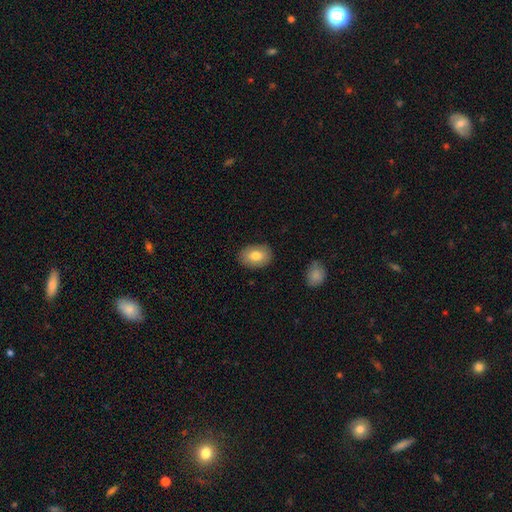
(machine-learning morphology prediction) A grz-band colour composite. It shows a smooth galaxy with no disk features (78%) that is in between round and cigar-shaped (80%). Merging: none (87%).